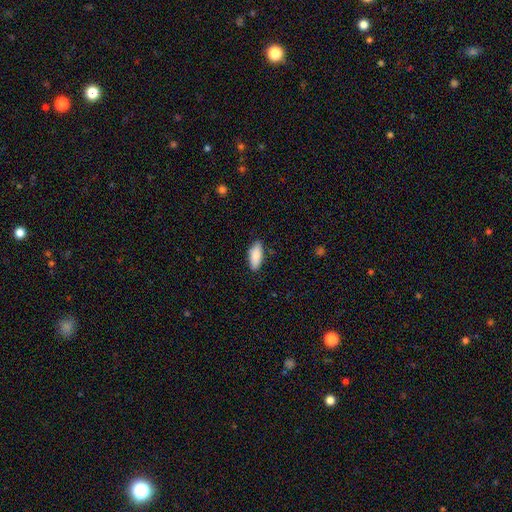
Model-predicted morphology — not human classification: This appears to be a smooth galaxy with no disk features (86%) that is in between round and cigar-shaped (82%). Merging: none (85%).